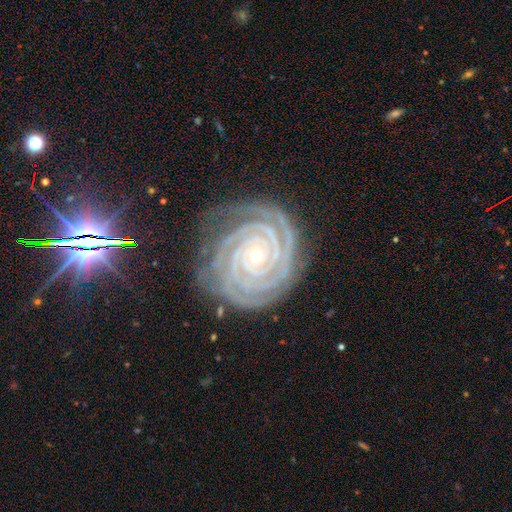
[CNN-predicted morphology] Smooth or featured? Predicted: featured or disk (p=0.92). Edge-on disk? Predicted: no (p=0.98). Bar? Predicted: no (p=0.74). Spiral arms? Predicted: yes (p=0.99). Spiral winding? Predicted: tight (p=0.92). Spiral arm count? Predicted: 2 (p=0.33). Bulge size? Predicted: small (p=0.81). Merging? Predicted: none (p=0.81).